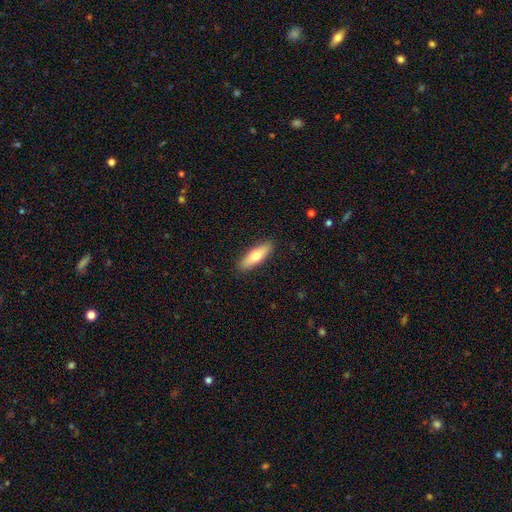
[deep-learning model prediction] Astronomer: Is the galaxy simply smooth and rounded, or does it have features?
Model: smooth — 67%.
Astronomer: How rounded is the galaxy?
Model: cigar-shaped — 50% (runner-up: in between, 48%).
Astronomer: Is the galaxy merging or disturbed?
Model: none — 89%.